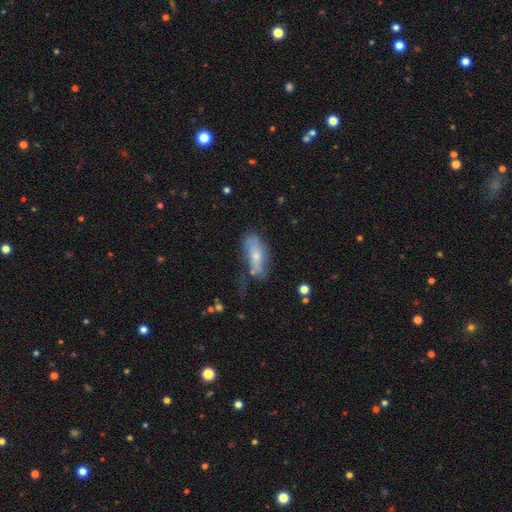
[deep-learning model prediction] Smooth or featured? smooth (60%)
How rounded? in between (79%)
Merging? none (41%)